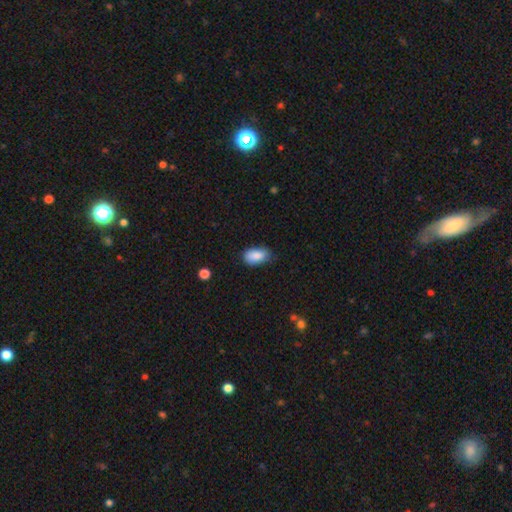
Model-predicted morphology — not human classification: Smooth or featured? Predicted: smooth (p=0.88). How rounded? Predicted: in between (p=0.93). Merging? Predicted: none (p=0.69).